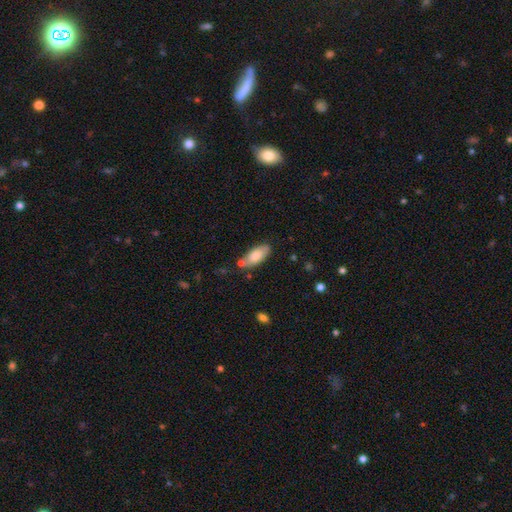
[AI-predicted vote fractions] This appears to be a smooth galaxy with no disk features (79%) that is in between round and cigar-shaped (85%). Merging: none (68%).